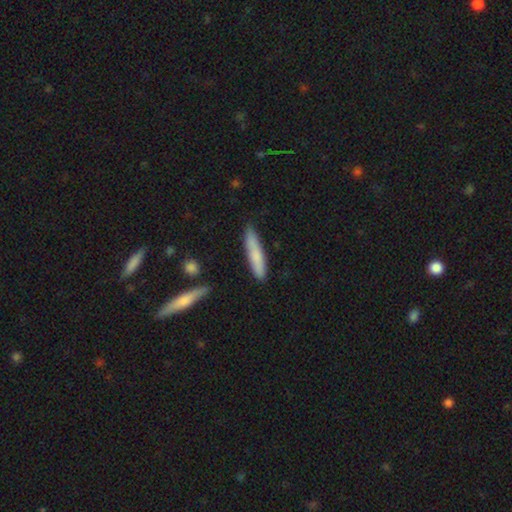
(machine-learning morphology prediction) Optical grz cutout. It shows a smooth galaxy with no disk features (74%) that is cigar-shaped (88%). Merging: none (82%).